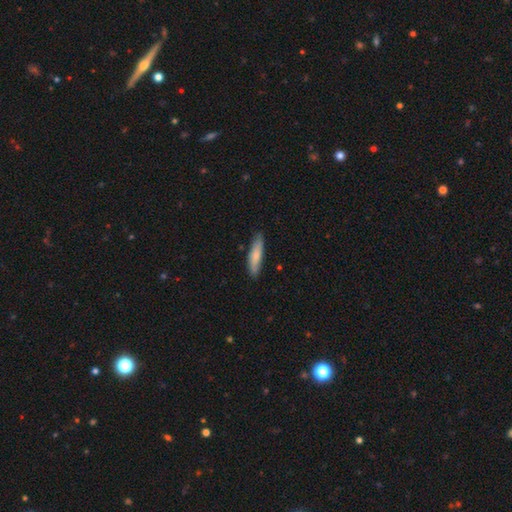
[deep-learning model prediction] A smooth galaxy with no disk features (77%) that is cigar-shaped (76%). Merging: none (82%).